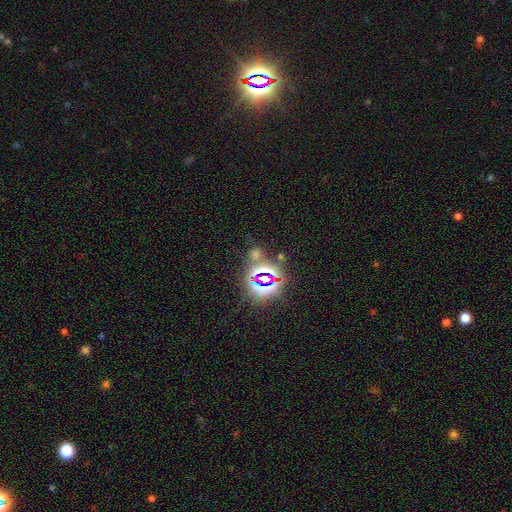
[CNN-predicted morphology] Smooth or featured?
  - star or artifact: 78% *
  - smooth: 14%
  - featured or disk: 8%